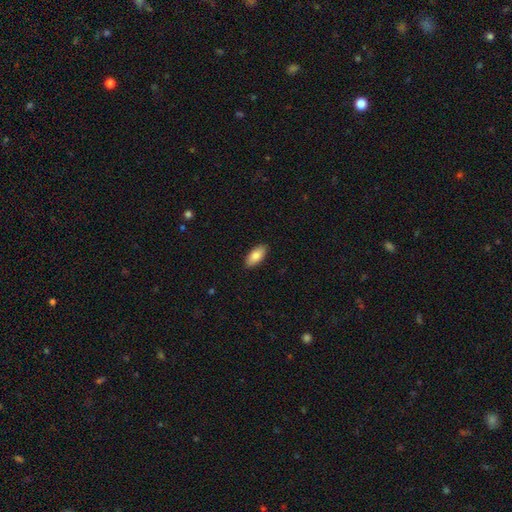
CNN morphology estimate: A smooth galaxy with no disk features (85%) that is in between round and cigar-shaped (91%).

Vote fractions:
- Smooth or featured? smooth: 85% / featured or disk: 9% / star or artifact: 6%
- How rounded? in between: 91% / cigar-shaped: 7% / round: 2%
- Merging? none: 89% / minor disturbance: 8% / major disturbance: 2% / merger: 1%